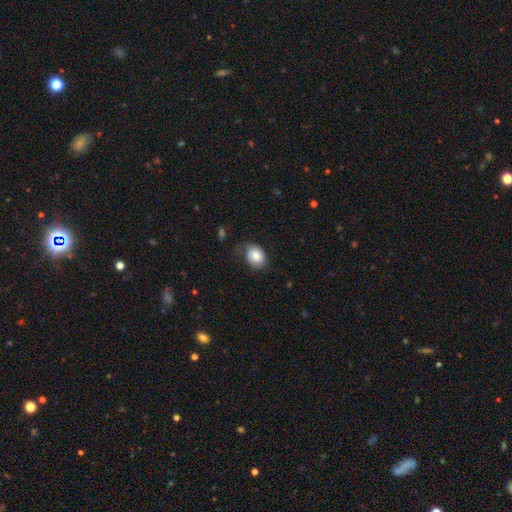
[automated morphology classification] smooth-or-featured: smooth: 81% | featured or disk: 11% | star or artifact: 8%
  how-rounded: in between: 55% | round: 44% | cigar-shaped: 1%
  merging: none: 60% | minor disturbance: 29% | major disturbance: 10% | merger: 2%